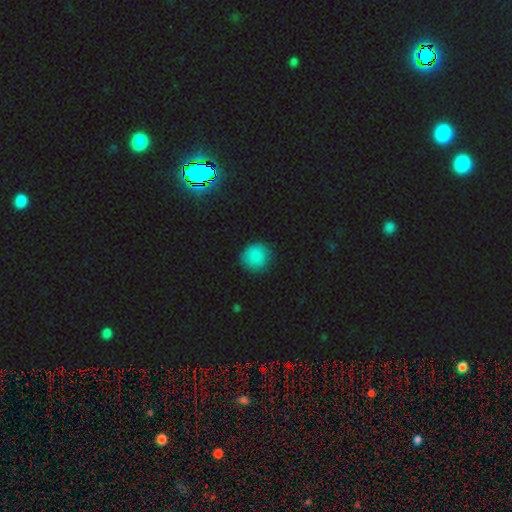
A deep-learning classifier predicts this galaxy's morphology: smooth_or_featured: smooth (p=0.86) [alt: star or artifact p=0.10]
how_rounded: round (p=0.91) [alt: in between p=0.08]
merging: none (p=0.85) [alt: minor disturbance p=0.11]